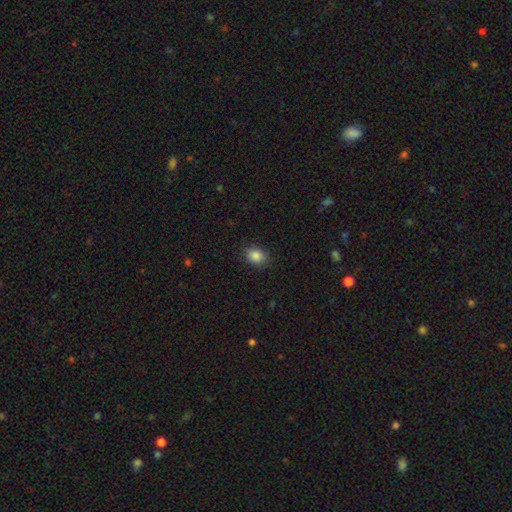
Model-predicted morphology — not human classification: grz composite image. It shows a smooth galaxy with no disk features (86%) that is in between round and cigar-shaped (60%). Merging: none (85%).